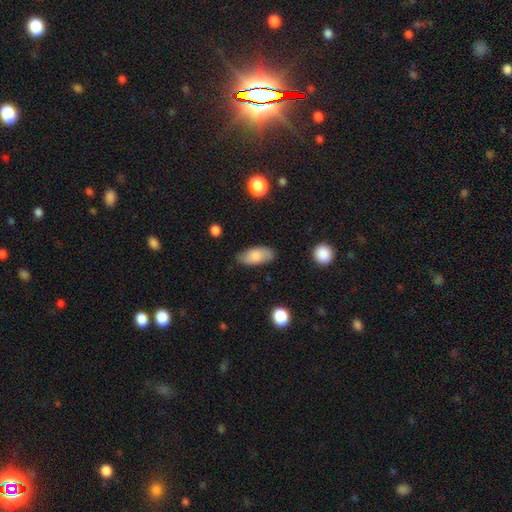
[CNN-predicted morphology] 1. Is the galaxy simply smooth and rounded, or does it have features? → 76% smooth, 17% featured or disk, 7% star or artifact.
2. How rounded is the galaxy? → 90% in between, 7% cigar-shaped, 3% round.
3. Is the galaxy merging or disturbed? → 76% none, 18% minor disturbance, 4% major disturbance, 2% merger.